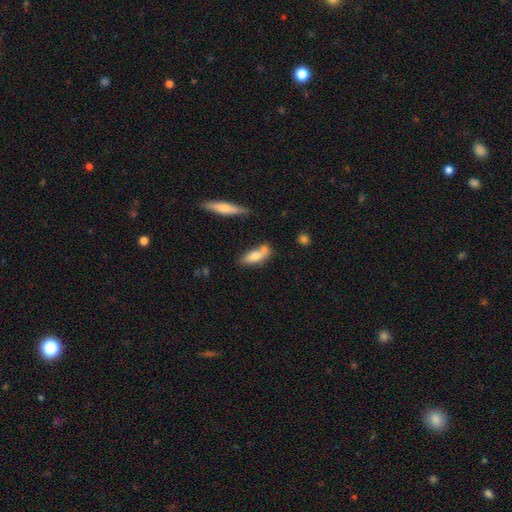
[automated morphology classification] Smooth or featured: smooth — 70% (featured or disk — 23%)
How rounded: in between — 67% (cigar-shaped — 30%)
Merging: none — 47% (merger — 23%)